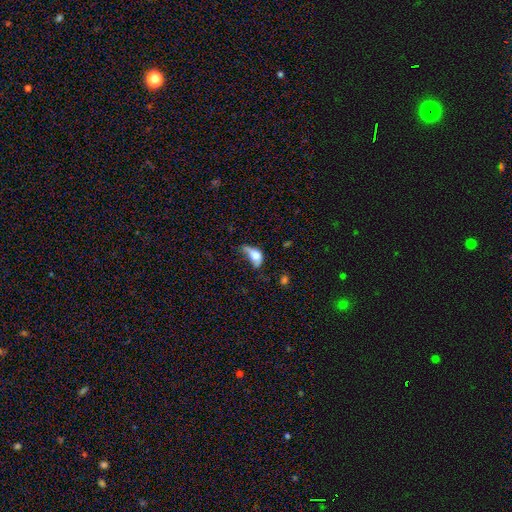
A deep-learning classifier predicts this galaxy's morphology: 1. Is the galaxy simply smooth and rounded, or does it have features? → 61% smooth, 29% featured or disk, 10% star or artifact.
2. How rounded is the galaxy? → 75% in between, 19% round, 6% cigar-shaped.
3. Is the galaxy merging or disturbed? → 46% major disturbance, 25% minor disturbance, 18% none, 11% merger.